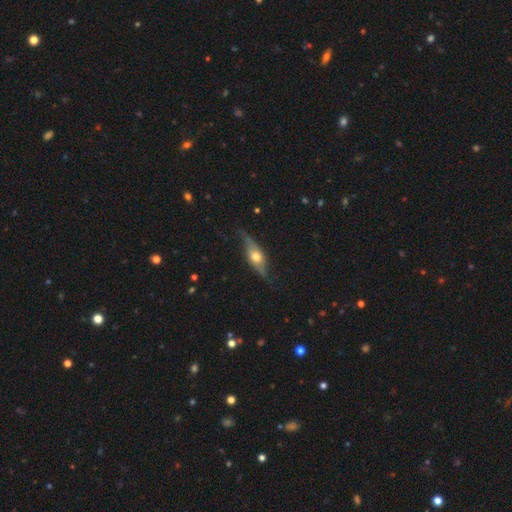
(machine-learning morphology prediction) Q: Smooth or featured?
A: featured or disk (66%); runner-up: smooth (27%)
Q: Edge-on disk?
A: yes (74%); runner-up: no (26%)
Q: Merging?
A: none (73%); runner-up: minor disturbance (20%)